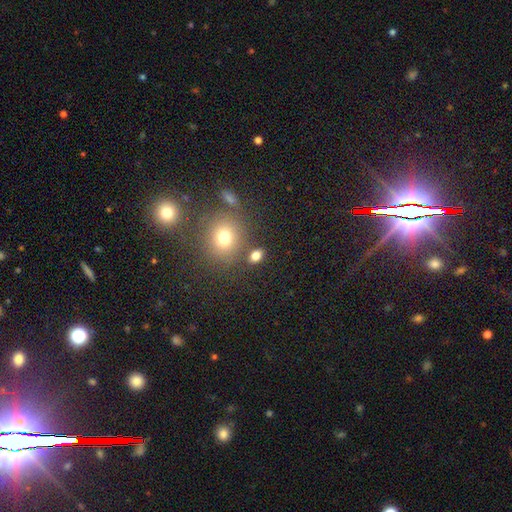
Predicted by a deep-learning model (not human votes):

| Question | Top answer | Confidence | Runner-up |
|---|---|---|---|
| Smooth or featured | smooth | 78% | star or artifact (14%) |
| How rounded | in between | 66% | round (32%) |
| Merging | none | 73% | merger (11%) |